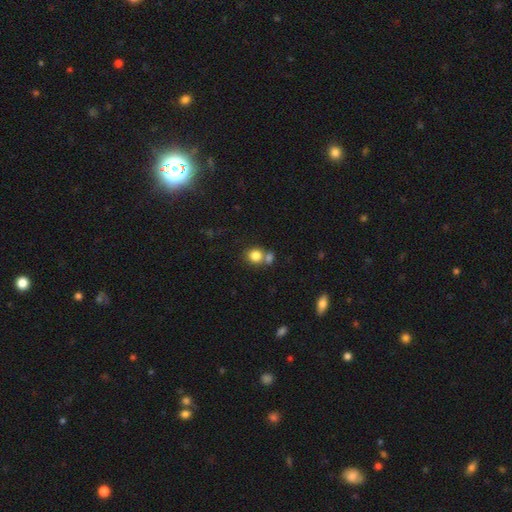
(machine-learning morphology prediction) smooth_or_featured: smooth (p=0.82) [alt: star or artifact p=0.10]
how_rounded: round (p=0.80) [alt: in between p=0.20]
merging: none (p=0.51) [alt: merger p=0.37]